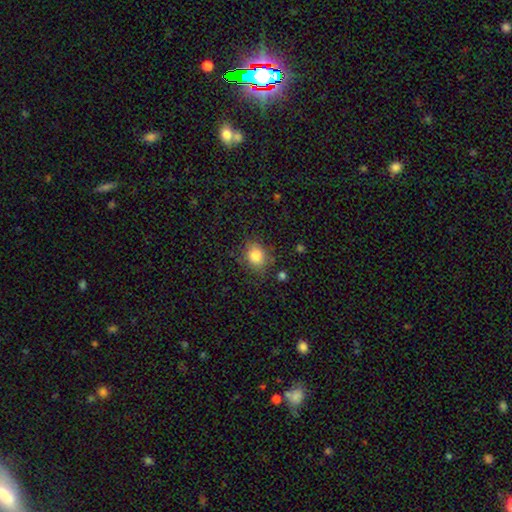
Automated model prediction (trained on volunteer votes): The model was most divided on "how rounded": round: 62%, in between: 37%, cigar-shaped: 1%. More confident: smooth or featured — smooth (82%); merging — none (75%).